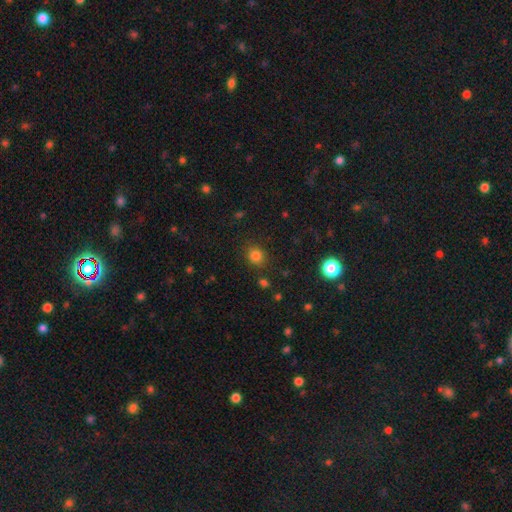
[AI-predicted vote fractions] Smooth or featured: smooth — 81% (star or artifact — 14%)
How rounded: round — 80% (in between — 19%)
Merging: none — 86% (minor disturbance — 9%)